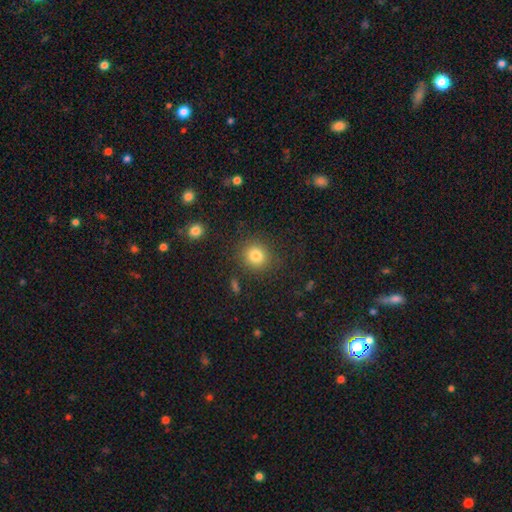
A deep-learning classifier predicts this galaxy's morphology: smooth_or_featured: smooth (p=0.82) [alt: star or artifact p=0.11]
how_rounded: round (p=0.88) [alt: in between p=0.11]
merging: none (p=0.86) [alt: minor disturbance p=0.08]